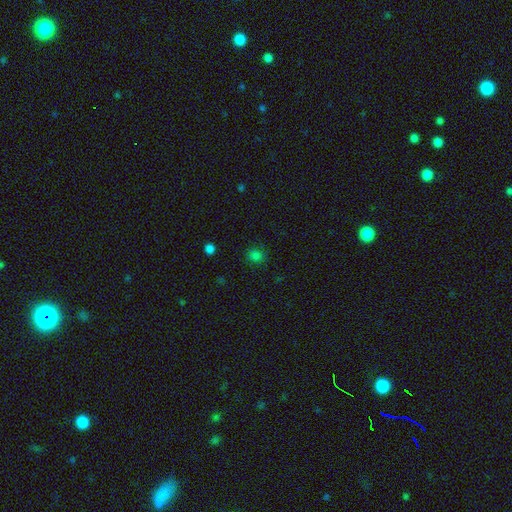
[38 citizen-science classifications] Morphology: type=smooth (95%); roundness=round (81%); merging=none (89%).